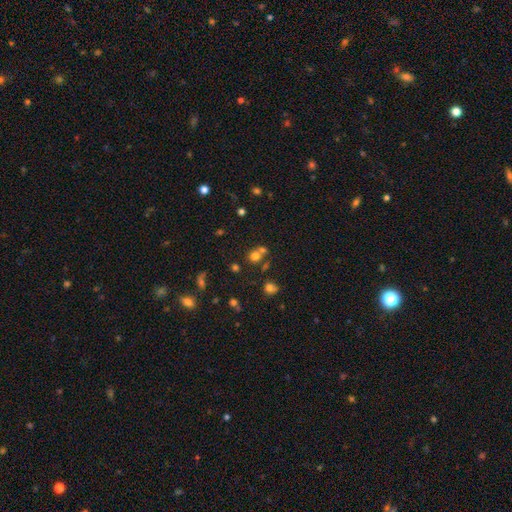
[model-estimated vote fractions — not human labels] smooth-or-featured: smooth: 66% | star or artifact: 23% | featured or disk: 11%
  how-rounded: round: 81% | in between: 18% | cigar-shaped: 1%
  merging: none: 50% | merger: 37% | minor disturbance: 8% | major disturbance: 4%